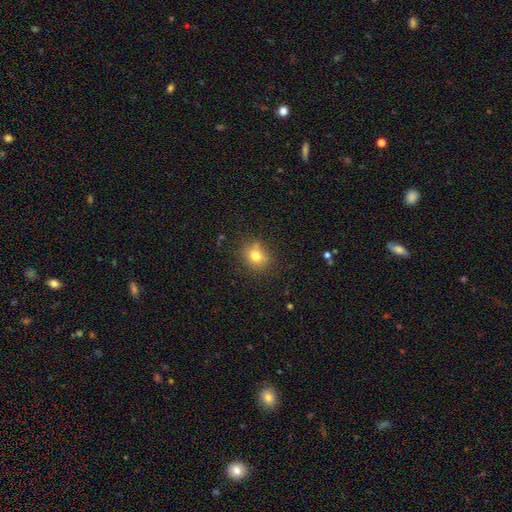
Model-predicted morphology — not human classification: type=smooth (77%); roundness=round (70%); merging=none (78%).